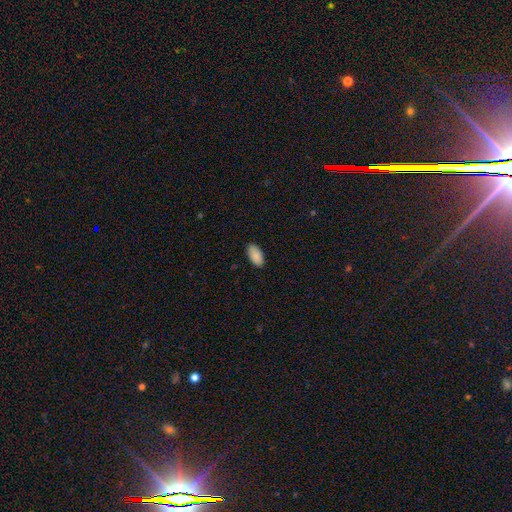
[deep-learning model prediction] Overall: smooth (89%). How rounded: in between (95%). Merging: none (87%).